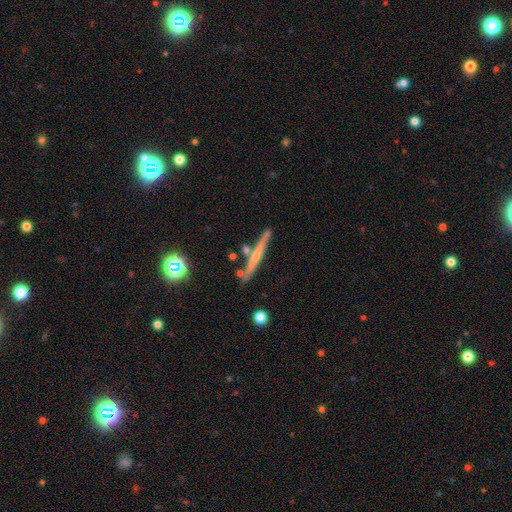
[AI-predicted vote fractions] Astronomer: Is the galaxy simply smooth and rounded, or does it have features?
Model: featured or disk — 56% (runner-up: smooth, 36%).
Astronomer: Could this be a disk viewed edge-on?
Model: yes — 95%.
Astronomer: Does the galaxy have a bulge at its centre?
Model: rounded — 51% (runner-up: none, 43%).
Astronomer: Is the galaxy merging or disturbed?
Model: none — 80%.